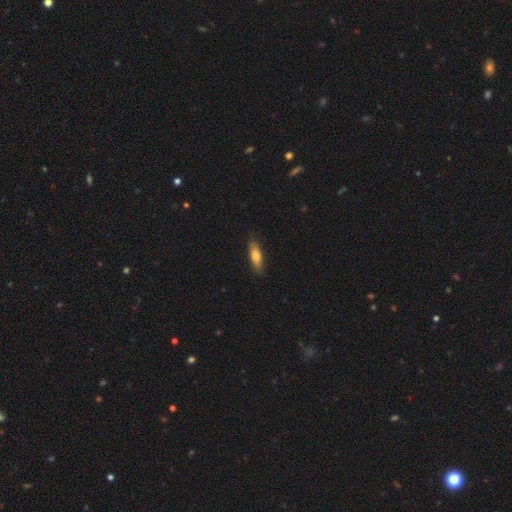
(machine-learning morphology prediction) smooth-or-featured: smooth: 76% | featured or disk: 18% | star or artifact: 6%
  how-rounded: cigar-shaped: 49% (tied) | in between: 49% (tied) | round: 2%
  merging: none: 85% | minor disturbance: 11% | major disturbance: 2% | merger: 1%